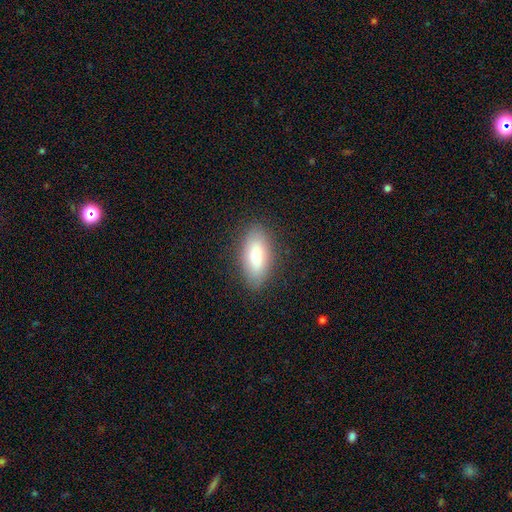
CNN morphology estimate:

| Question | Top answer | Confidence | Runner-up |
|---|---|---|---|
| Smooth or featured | smooth | 81% | featured or disk (13%) |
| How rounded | in between | 82% | cigar-shaped (15%) |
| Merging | none | 86% | minor disturbance (10%) |